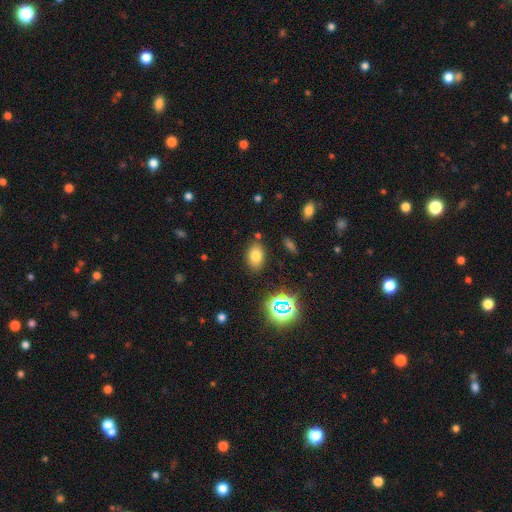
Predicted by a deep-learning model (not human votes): Smooth or featured?
  - smooth: 74% *
  - star or artifact: 17%
  - featured or disk: 10%
How rounded?
  - in between: 81% *
  - round: 17%
  - cigar-shaped: 1%
Merging?
  - none: 82% *
  - minor disturbance: 11%
  - merger: 4%
  - major disturbance: 3%